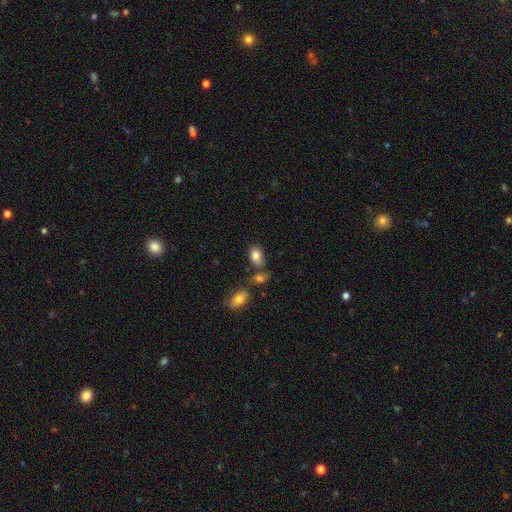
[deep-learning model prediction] Q: Smooth or featured?
A: smooth (84%); runner-up: star or artifact (8%)
Q: How rounded?
A: in between (85%); runner-up: round (13%)
Q: Merging?
A: none (64%); runner-up: merger (17%)